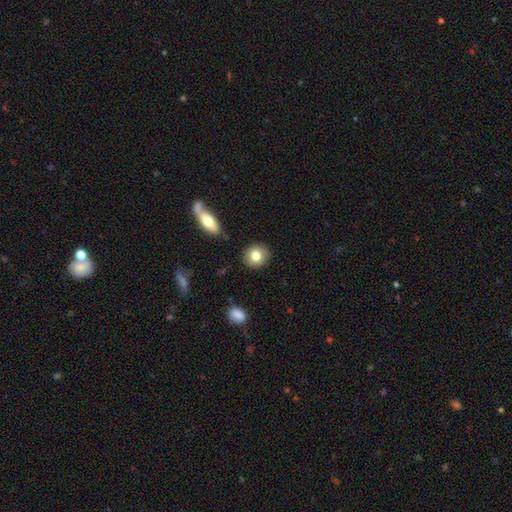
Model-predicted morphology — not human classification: Smooth or featured: smooth — 80% (featured or disk — 12%)
How rounded: round — 81% (in between — 18%)
Merging: none — 88% (minor disturbance — 8%)